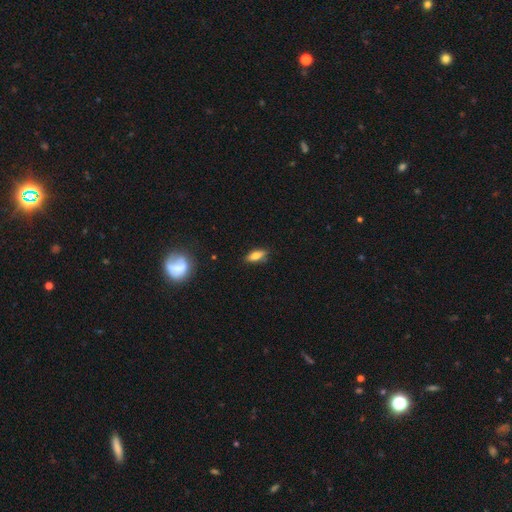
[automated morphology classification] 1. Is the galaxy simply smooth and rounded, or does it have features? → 70% smooth, 21% featured or disk, 9% star or artifact.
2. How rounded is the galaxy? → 71% in between, 26% cigar-shaped, 3% round.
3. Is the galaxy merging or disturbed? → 83% none, 13% minor disturbance, 2% major disturbance, 1% merger.